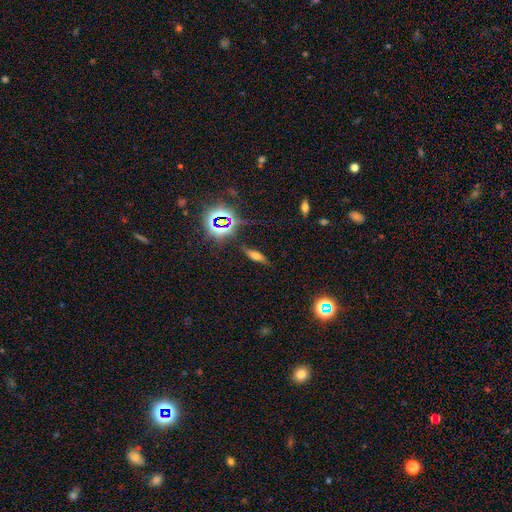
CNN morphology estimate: Smooth or featured? smooth (49%)
Merging? none (79%)